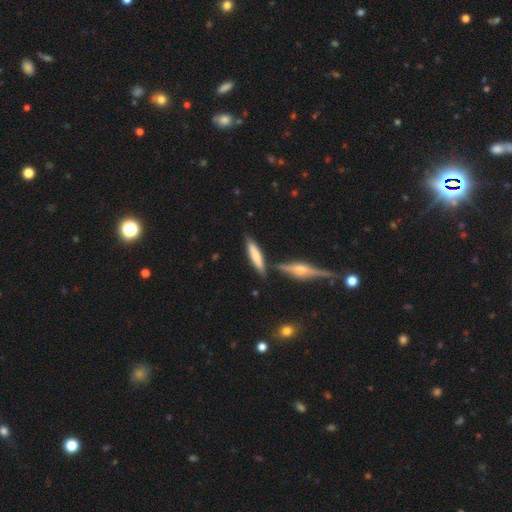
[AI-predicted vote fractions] The model was most divided on "smooth or featured": smooth: 68%, featured or disk: 26%, star or artifact: 6%. More confident: how rounded — cigar-shaped (78%); merging — none (73%).